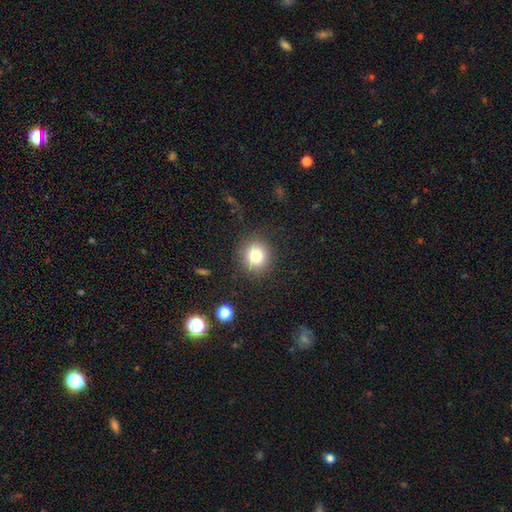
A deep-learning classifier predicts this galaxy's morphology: Smooth or featured: smooth — 80% (star or artifact — 12%)
How rounded: round — 86% (in between — 13%)
Merging: none — 87% (minor disturbance — 8%)